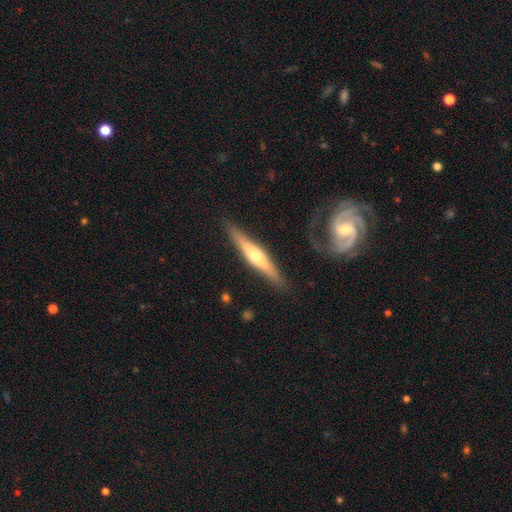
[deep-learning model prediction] Overall: featured or disk (68%). Edge-on disk: yes (91%). Edge-on bulge: rounded (86%). Merging: none (78%).